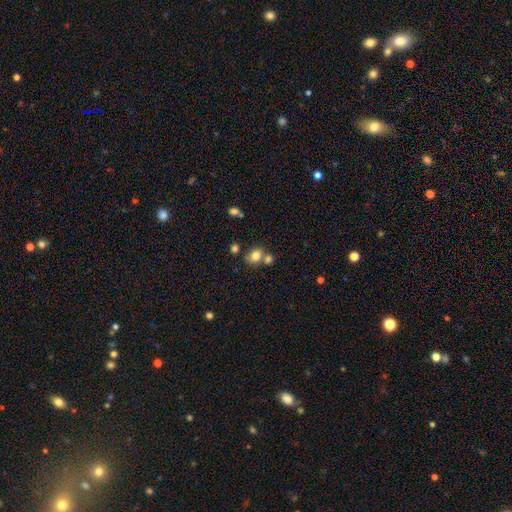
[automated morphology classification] Q: Smooth or featured?
A: smooth (78%); runner-up: star or artifact (11%)
Q: How rounded?
A: round (60%); runner-up: in between (39%)
Q: Merging?
A: none (52%); runner-up: merger (32%)